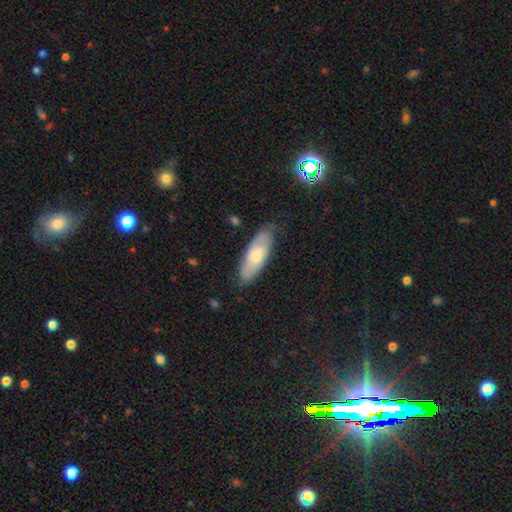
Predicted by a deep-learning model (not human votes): Smooth or featured? Predicted: smooth (p=0.60). How rounded? Predicted: in between (p=0.65). Merging? Predicted: none (p=0.76).